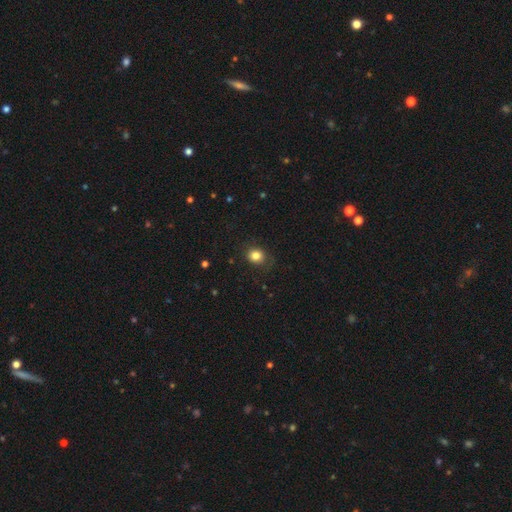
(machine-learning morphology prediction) This appears to be a smooth galaxy with no disk features (82%) that is round (72%). Merging: none (78%).